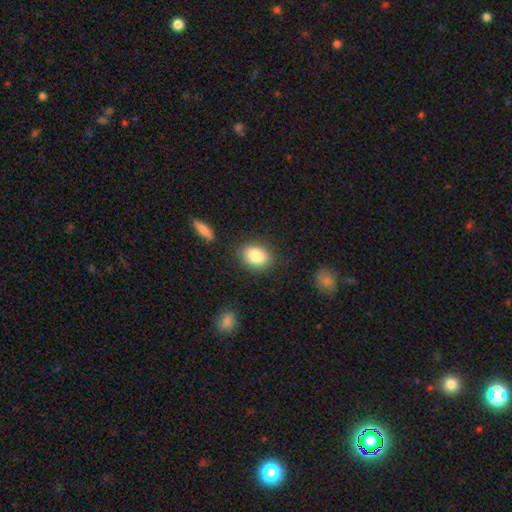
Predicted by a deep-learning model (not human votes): Smooth or featured?
  - smooth: 86% *
  - star or artifact: 8%
  - featured or disk: 6%
How rounded?
  - in between: 72% *
  - round: 26%
  - cigar-shaped: 1%
Merging?
  - none: 83% *
  - minor disturbance: 11%
  - major disturbance: 3%
  - merger: 3%